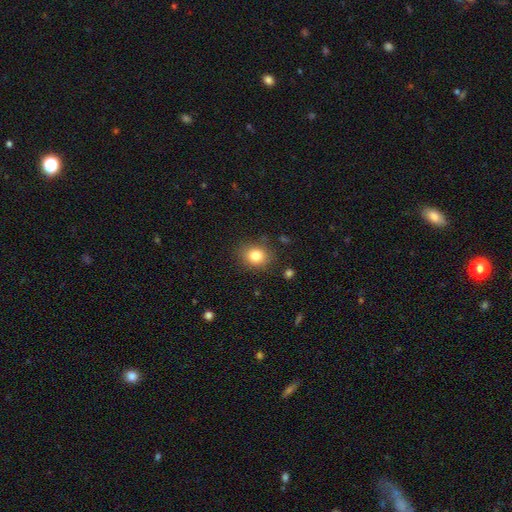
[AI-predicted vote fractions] The model was most divided on "how rounded": round: 63%, in between: 36%, cigar-shaped: 1%. More confident: merging — none (84%); smooth or featured — smooth (83%).